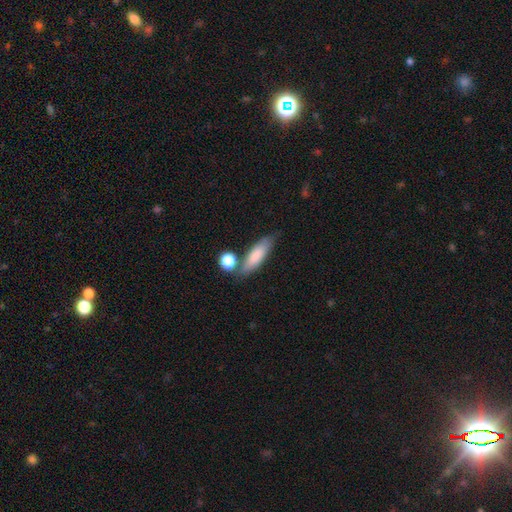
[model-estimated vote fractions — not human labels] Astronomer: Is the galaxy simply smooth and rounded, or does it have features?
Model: smooth — 78%.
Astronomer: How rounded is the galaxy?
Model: cigar-shaped — 50% (runner-up: in between, 46%).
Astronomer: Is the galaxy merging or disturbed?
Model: none — 62%.